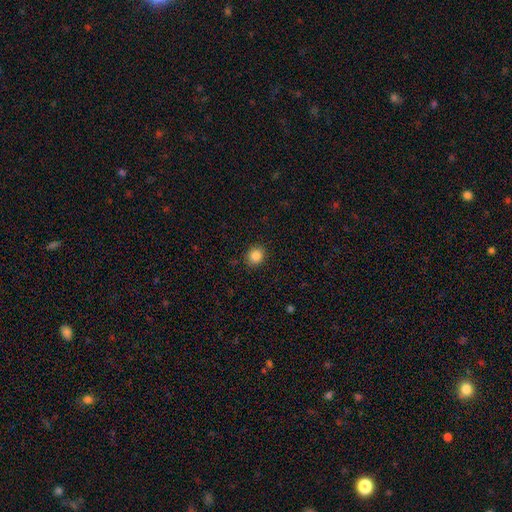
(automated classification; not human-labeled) Morphology: type=smooth (85%); roundness=round (79%); merging=none (90%).